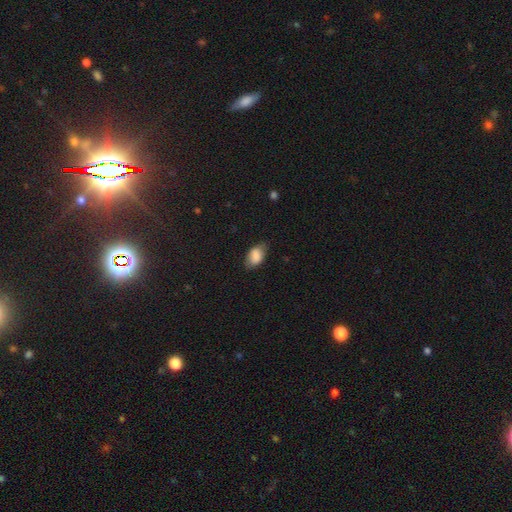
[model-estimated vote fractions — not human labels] This appears to be a smooth galaxy with no disk features (83%) that is in between round and cigar-shaped (90%). Merging: none (73%).